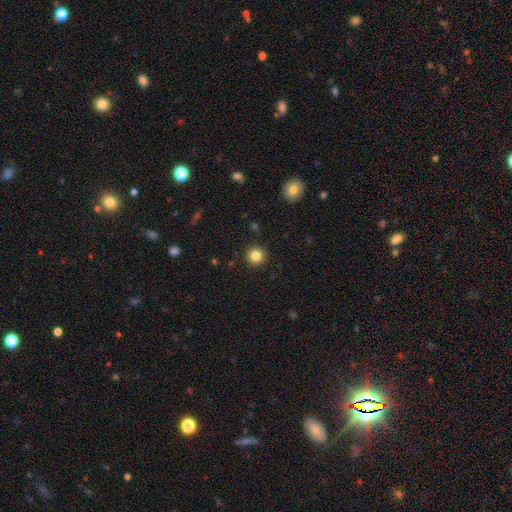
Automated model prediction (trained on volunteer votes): Smooth or featured?
  - smooth: 84% *
  - star or artifact: 11%
  - featured or disk: 5%
How rounded?
  - round: 95% *
  - in between: 4%
  - cigar-shaped: 1%
Merging?
  - none: 92% *
  - minor disturbance: 5%
  - major disturbance: 2%
  - merger: 1%